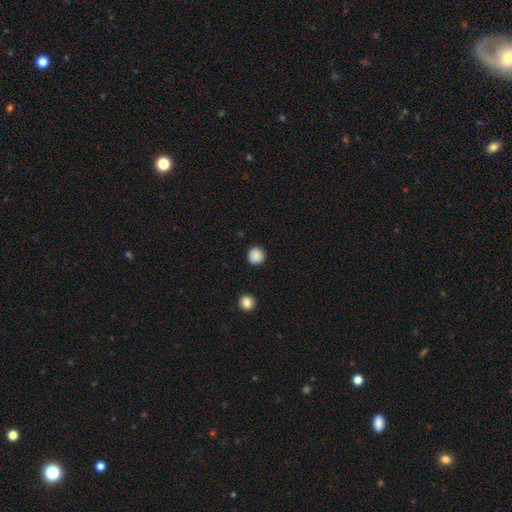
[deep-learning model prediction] A smooth galaxy with no disk features (88%) that is round (94%).

Vote fractions:
- Smooth or featured? smooth: 88% / star or artifact: 10% / featured or disk: 3%
- How rounded? round: 94% / in between: 5% / cigar-shaped: 1%
- Merging? none: 91% / minor disturbance: 6% / major disturbance: 2% / merger: 1%